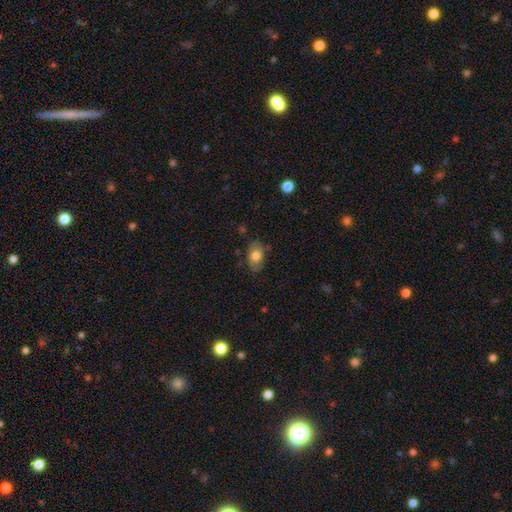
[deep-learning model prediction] Q: Smooth or featured?
A: smooth (71%); runner-up: featured or disk (22%)
Q: How rounded?
A: in between (88%); runner-up: round (11%)
Q: Merging?
A: none (76%); runner-up: minor disturbance (18%)